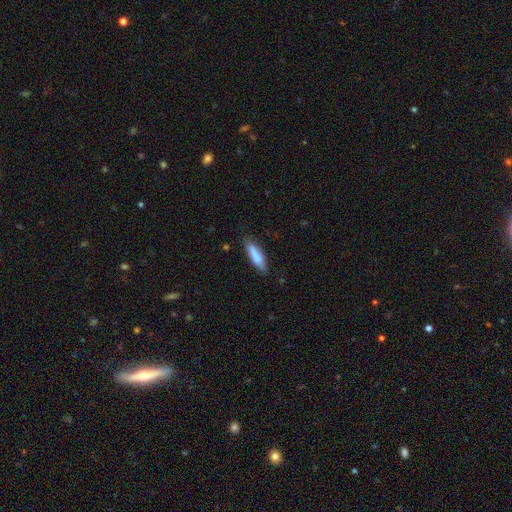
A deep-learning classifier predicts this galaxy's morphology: A smooth galaxy with no disk features (81%) that is cigar-shaped (64%). Merging: none (77%).